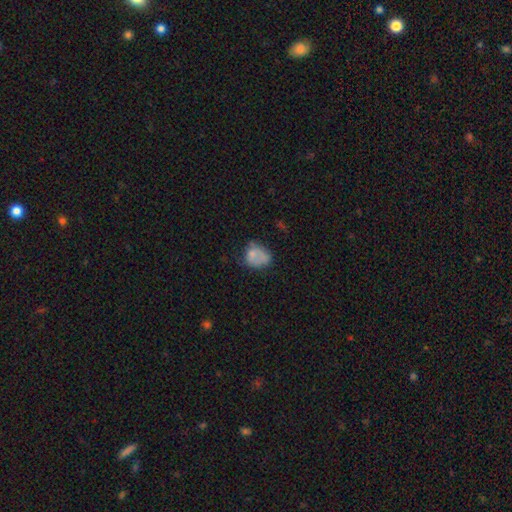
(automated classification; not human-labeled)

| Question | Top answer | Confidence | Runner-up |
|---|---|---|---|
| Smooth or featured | smooth | 70% | featured or disk (19%) |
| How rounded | in between | 53% | round (46%) |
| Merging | none | 36% | minor disturbance (30%) |